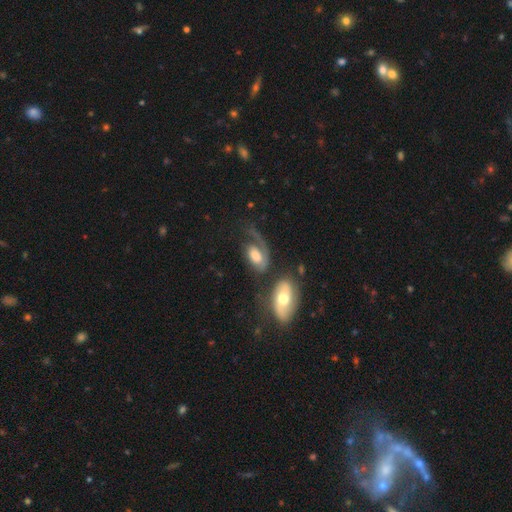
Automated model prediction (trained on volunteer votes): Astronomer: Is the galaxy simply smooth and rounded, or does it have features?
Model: featured or disk — 57% (runner-up: smooth, 35%).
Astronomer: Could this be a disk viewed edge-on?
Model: no — 95%.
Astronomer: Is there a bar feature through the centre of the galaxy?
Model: no — 62%.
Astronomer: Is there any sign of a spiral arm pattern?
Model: yes — 81%.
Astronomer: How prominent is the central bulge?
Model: moderate — 44% (runner-up: large, 33%).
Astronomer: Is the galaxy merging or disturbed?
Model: major disturbance — 34% (runner-up: none, 29%).